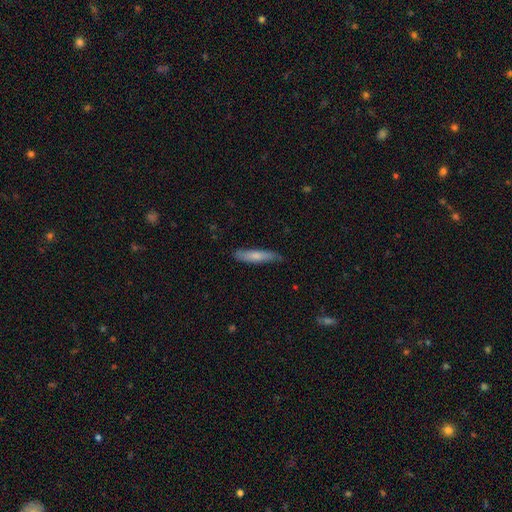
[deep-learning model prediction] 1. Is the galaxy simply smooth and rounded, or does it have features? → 72% smooth, 23% featured or disk, 5% star or artifact.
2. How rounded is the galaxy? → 85% cigar-shaped, 14% in between, 1% round.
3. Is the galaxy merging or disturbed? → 79% none, 18% minor disturbance, 3% major disturbance, 1% merger.